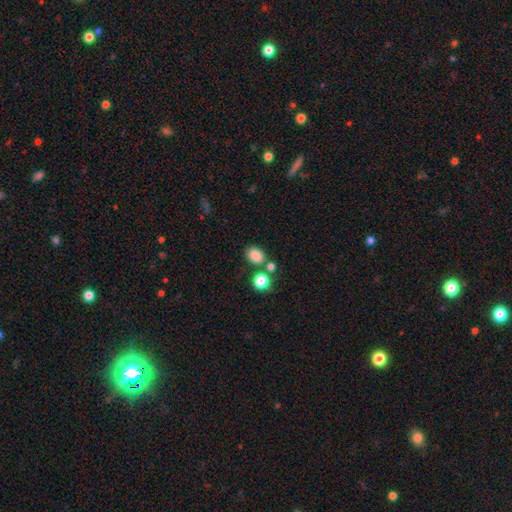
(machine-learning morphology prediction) A smooth galaxy with no disk features (84%) that is in between round and cigar-shaped (62%).

Vote fractions:
- Smooth or featured? smooth: 84% / star or artifact: 11% / featured or disk: 5%
- How rounded? in between: 62% / round: 37% / cigar-shaped: 1%
- Merging? none: 69% / merger: 16% / minor disturbance: 11% / major disturbance: 4%